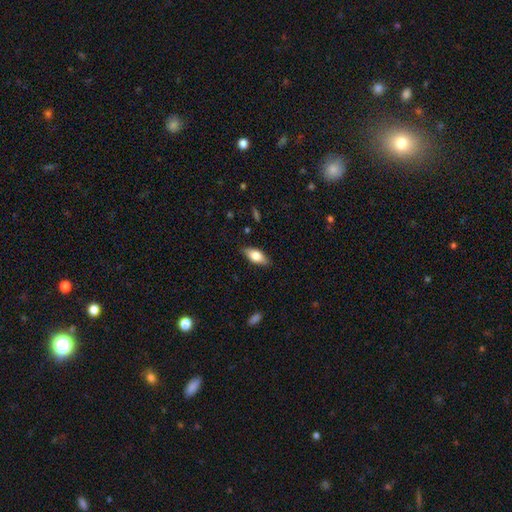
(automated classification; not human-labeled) smooth-or-featured: smooth: 69% | featured or disk: 24% | star or artifact: 7%
  how-rounded: in between: 83% | cigar-shaped: 13% | round: 3%
  merging: none: 84% | minor disturbance: 12% | major disturbance: 2% | merger: 1%